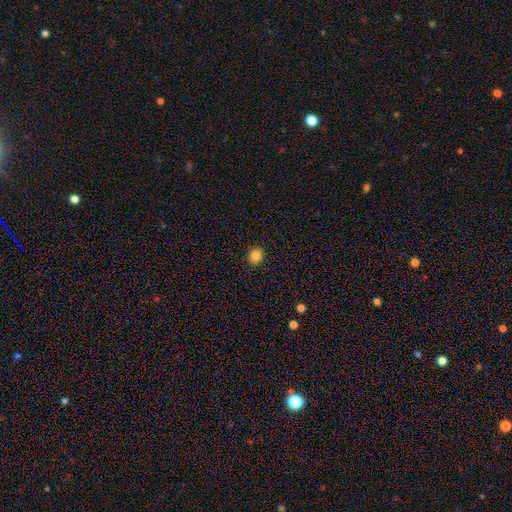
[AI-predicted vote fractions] A smooth galaxy with no disk features (84%) that is round (80%). Merging: none (91%).